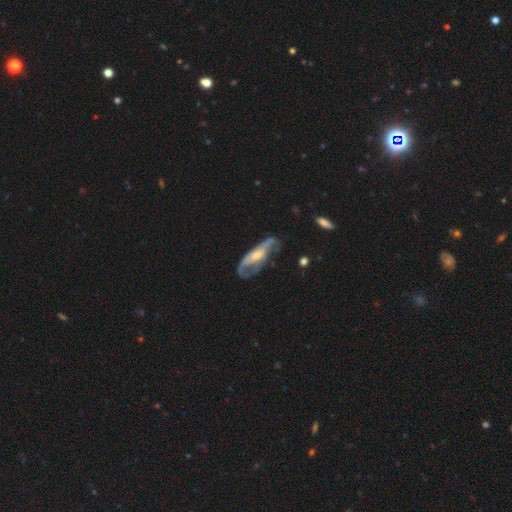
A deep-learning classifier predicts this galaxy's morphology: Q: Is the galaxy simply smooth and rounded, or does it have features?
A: featured or disk — 70%.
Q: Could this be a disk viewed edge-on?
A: no — 76%.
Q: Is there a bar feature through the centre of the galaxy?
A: no — 54%.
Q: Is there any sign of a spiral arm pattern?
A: yes — 70%.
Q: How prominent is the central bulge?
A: moderate — 48%.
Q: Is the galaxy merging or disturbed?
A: none — 46%.